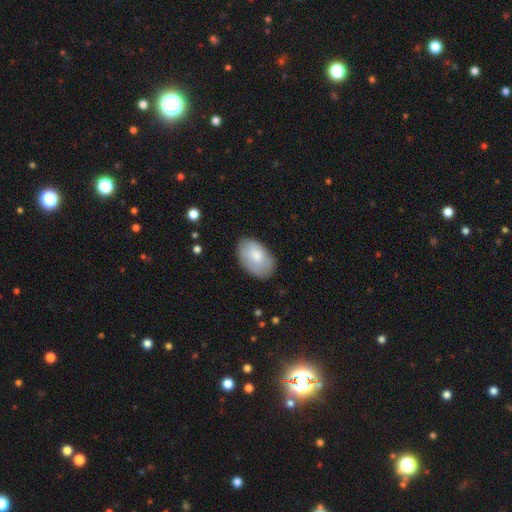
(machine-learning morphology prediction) type=smooth (77%); roundness=in between (91%); merging=none (78%).